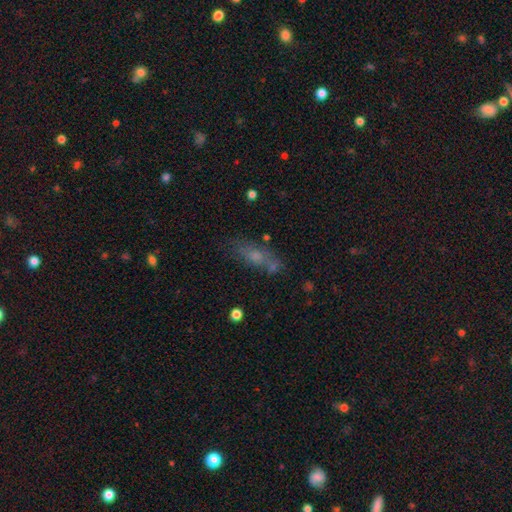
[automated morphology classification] smooth_or_featured: smooth (p=0.59) [alt: featured or disk p=0.27]
how_rounded: in between (p=0.54) [alt: cigar-shaped p=0.40]
merging: none (p=0.60) [alt: minor disturbance p=0.18]